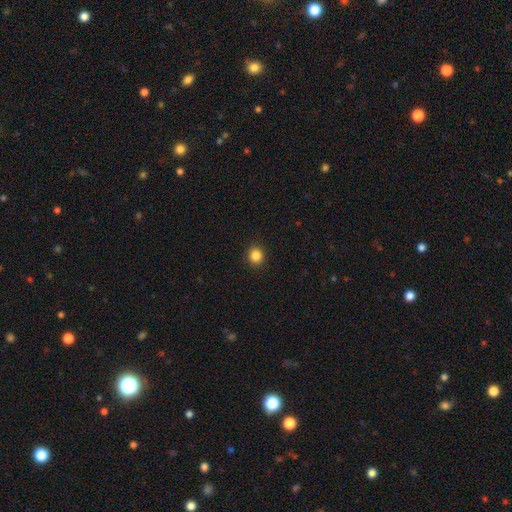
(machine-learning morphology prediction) Q: Smooth or featured?
A: smooth (85%); runner-up: star or artifact (11%)
Q: How rounded?
A: round (90%); runner-up: in between (9%)
Q: Merging?
A: none (92%); runner-up: minor disturbance (6%)